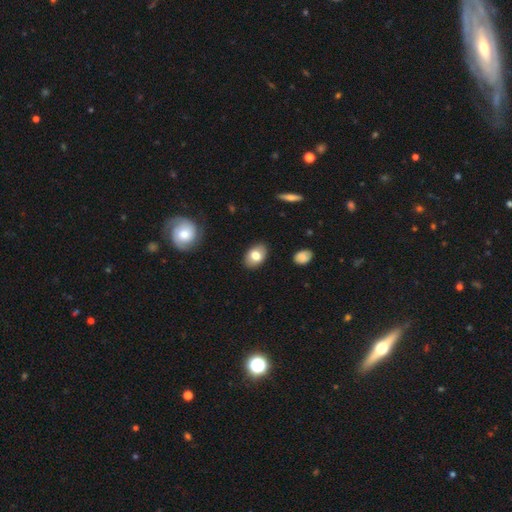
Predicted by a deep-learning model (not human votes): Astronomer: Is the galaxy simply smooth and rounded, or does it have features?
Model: smooth — 76%.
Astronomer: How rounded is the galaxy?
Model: in between — 84%.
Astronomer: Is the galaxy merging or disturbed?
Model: none — 86%.